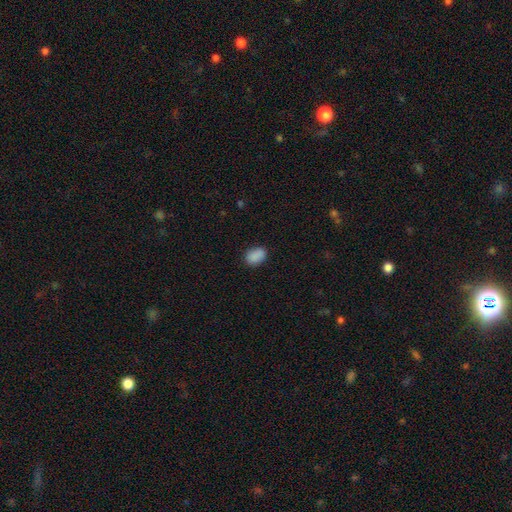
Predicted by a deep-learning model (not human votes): Q: Smooth or featured?
A: smooth (88%); runner-up: star or artifact (8%)
Q: How rounded?
A: in between (78%); runner-up: round (20%)
Q: Merging?
A: none (83%); runner-up: minor disturbance (13%)